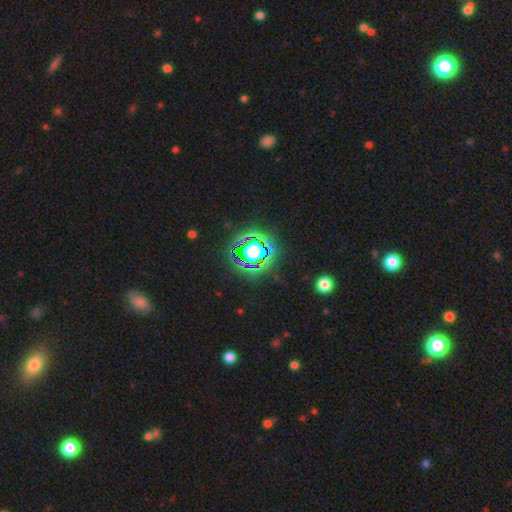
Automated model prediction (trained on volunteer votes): smooth-or-featured: star or artifact: 80% | smooth: 13% | featured or disk: 7%